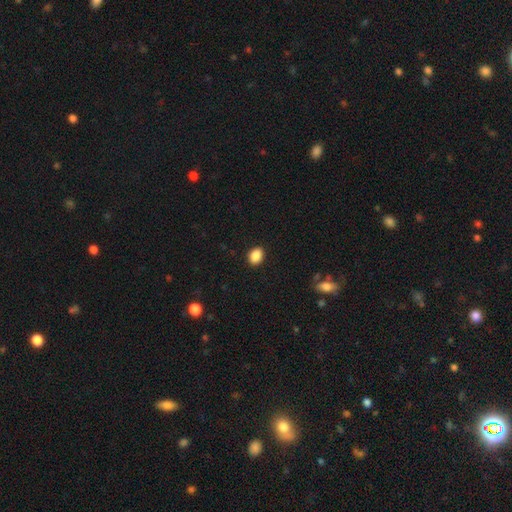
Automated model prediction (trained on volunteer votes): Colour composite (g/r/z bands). It shows a smooth galaxy with no disk features (89%) that is in between round and cigar-shaped (68%). Merging: none (90%).